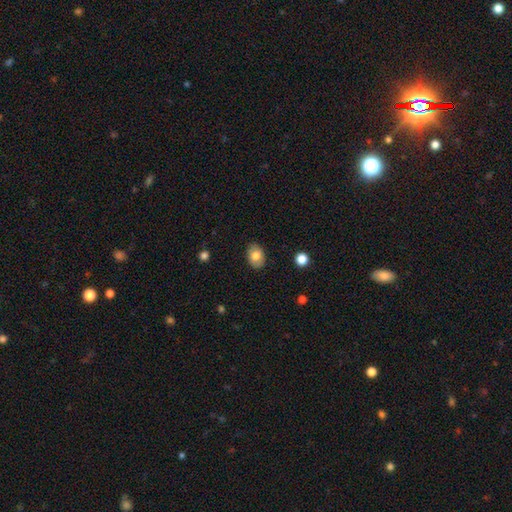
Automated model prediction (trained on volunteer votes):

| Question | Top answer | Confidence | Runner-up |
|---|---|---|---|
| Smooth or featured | smooth | 79% | featured or disk (14%) |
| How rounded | in between | 80% | round (18%) |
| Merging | none | 86% | minor disturbance (10%) |